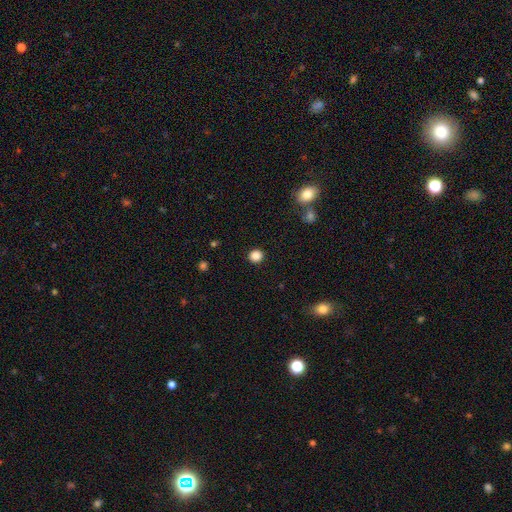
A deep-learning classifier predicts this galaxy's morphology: Overall: smooth (87%). How rounded: round (91%). Merging: none (92%).